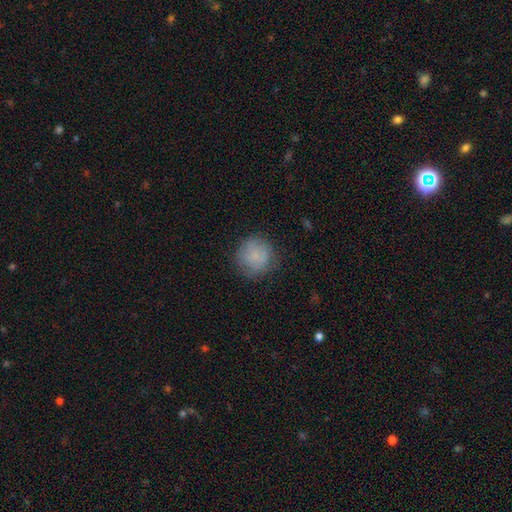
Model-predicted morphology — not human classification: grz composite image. It shows a smooth galaxy with no disk features (76%) that is round (92%). Merging: none (77%).